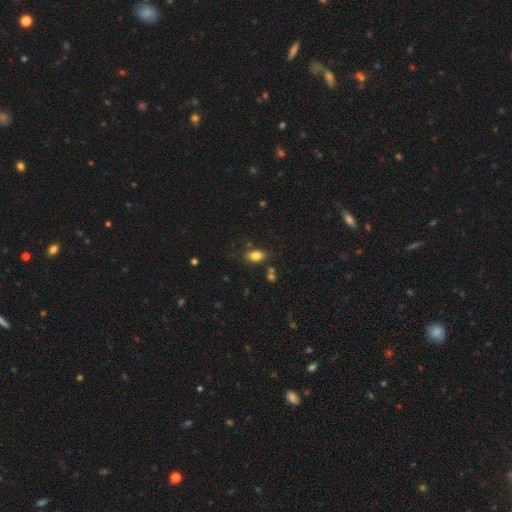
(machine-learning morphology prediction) Overall: smooth (82%). How rounded: in between (86%). Merging: none (79%).